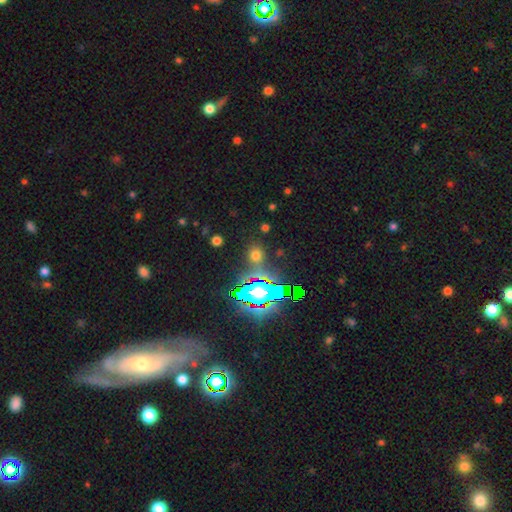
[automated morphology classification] Q: Smooth or featured?
A: smooth (54%); runner-up: star or artifact (38%)
Q: How rounded?
A: round (77%); runner-up: in between (21%)
Q: Merging?
A: none (82%); runner-up: minor disturbance (9%)